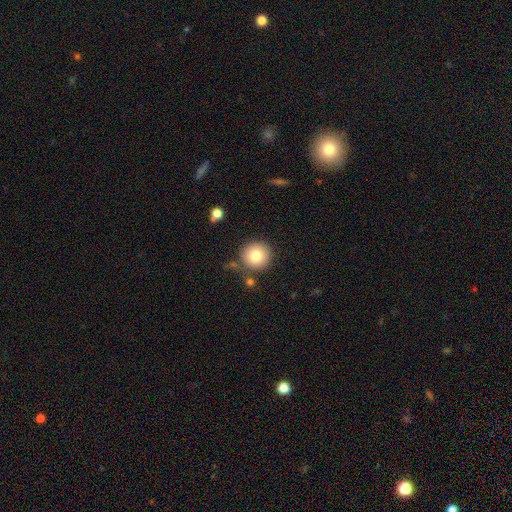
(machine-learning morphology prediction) smooth-or-featured: smooth: 79% | featured or disk: 11% | star or artifact: 11%
  how-rounded: round: 95% | in between: 4% | cigar-shaped: 1%
  merging: none: 83% | minor disturbance: 9% | merger: 5% | major disturbance: 3%